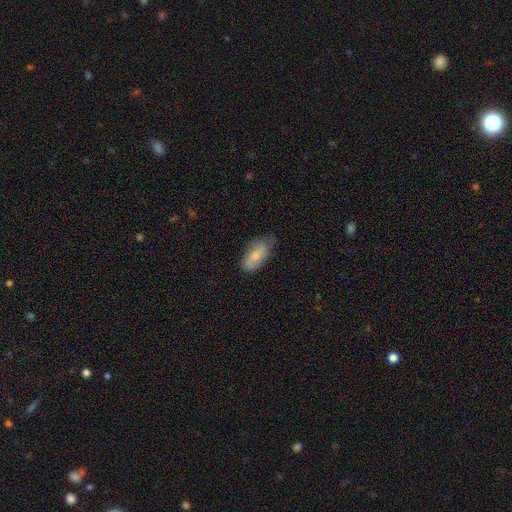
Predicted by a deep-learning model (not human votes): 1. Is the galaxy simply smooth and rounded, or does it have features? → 69% smooth, 25% featured or disk, 7% star or artifact.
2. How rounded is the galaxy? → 88% in between, 9% cigar-shaped, 3% round.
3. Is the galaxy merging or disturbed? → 64% none, 28% minor disturbance, 6% major disturbance, 1% merger.